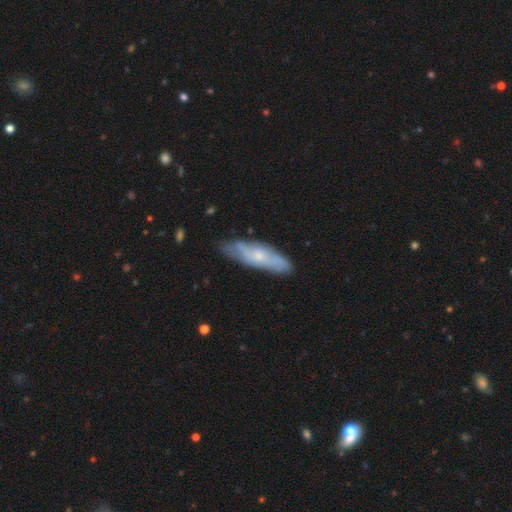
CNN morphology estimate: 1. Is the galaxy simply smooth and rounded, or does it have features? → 47% featured or disk, 42% smooth, 11% star or artifact.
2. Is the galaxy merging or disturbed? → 80% none, 15% minor disturbance, 3% major disturbance, 1% merger.